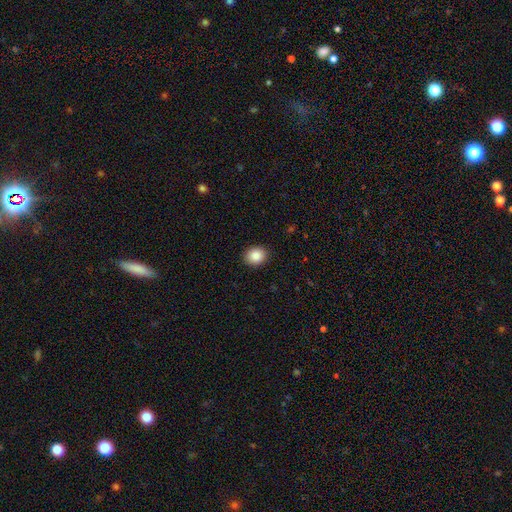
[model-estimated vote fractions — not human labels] A smooth galaxy with no disk features (87%) that is round (61%).

Vote fractions:
- Smooth or featured? smooth: 87% / star or artifact: 9% / featured or disk: 5%
- How rounded? round: 61% / in between: 38% / cigar-shaped: 1%
- Merging? none: 91% / minor disturbance: 6% / major disturbance: 2% / merger: 1%